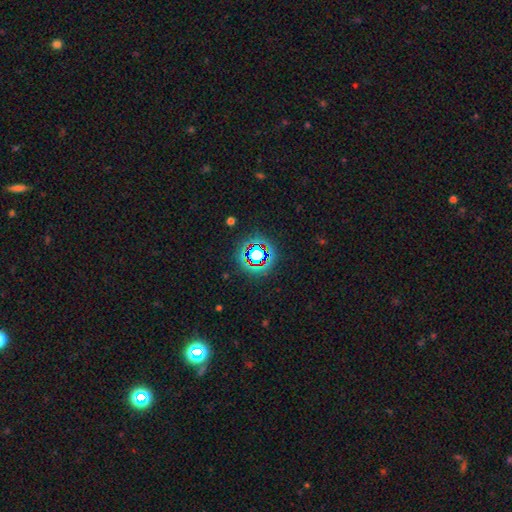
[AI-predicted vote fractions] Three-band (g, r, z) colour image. It shows a star or artifact, not a galaxy (68%).